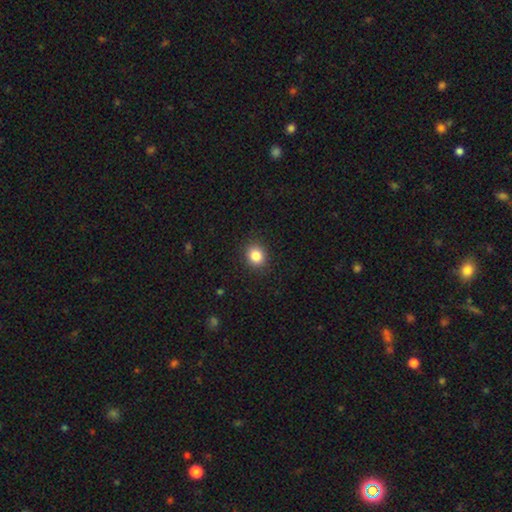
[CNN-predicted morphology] A smooth galaxy with no disk features (84%) that is round (75%).

Vote fractions:
- Smooth or featured? smooth: 84% / star or artifact: 10% / featured or disk: 5%
- How rounded? round: 75% / in between: 24% / cigar-shaped: 1%
- Merging? none: 90% / minor disturbance: 7% / major disturbance: 2% / merger: 1%